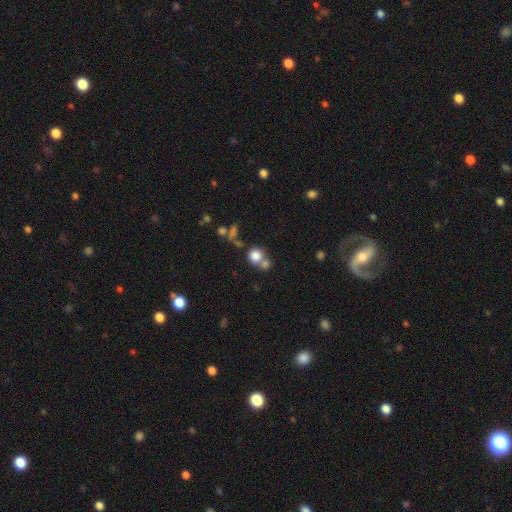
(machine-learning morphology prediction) The model was most divided on "merging": none: 46%, merger: 41%, minor disturbance: 8%, major disturbance: 5%. More confident: how rounded — round (86%); smooth or featured — smooth (79%).